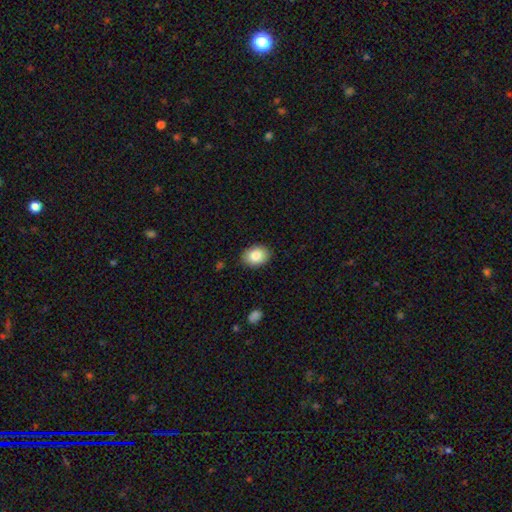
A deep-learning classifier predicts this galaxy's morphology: Smooth or featured? Predicted: smooth (p=0.86). How rounded? Predicted: in between (p=0.74). Merging? Predicted: none (p=0.88).